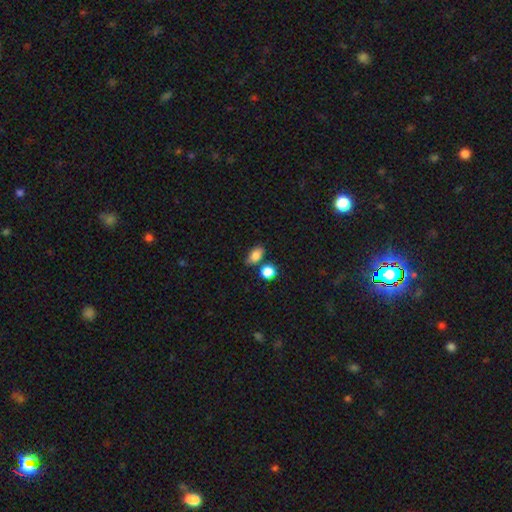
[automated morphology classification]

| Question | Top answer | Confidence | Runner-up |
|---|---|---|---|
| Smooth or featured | smooth | 83% | star or artifact (11%) |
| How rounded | in between | 81% | round (17%) |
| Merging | none | 66% | minor disturbance (18%) |